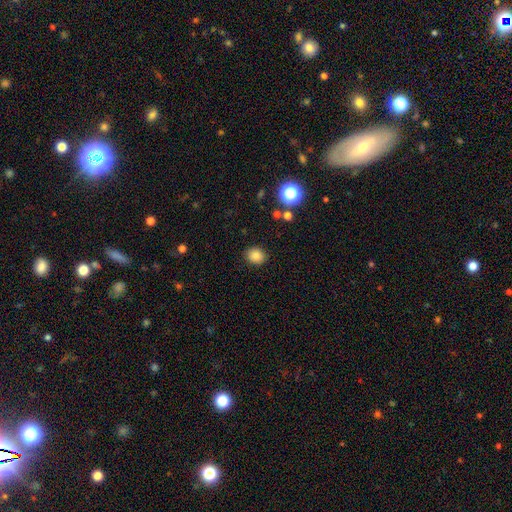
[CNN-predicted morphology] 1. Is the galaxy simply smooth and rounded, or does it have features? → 83% smooth, 12% star or artifact, 5% featured or disk.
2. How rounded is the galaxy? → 67% round, 32% in between, 1% cigar-shaped.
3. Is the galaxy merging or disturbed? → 88% none, 8% minor disturbance, 2% major disturbance, 2% merger.